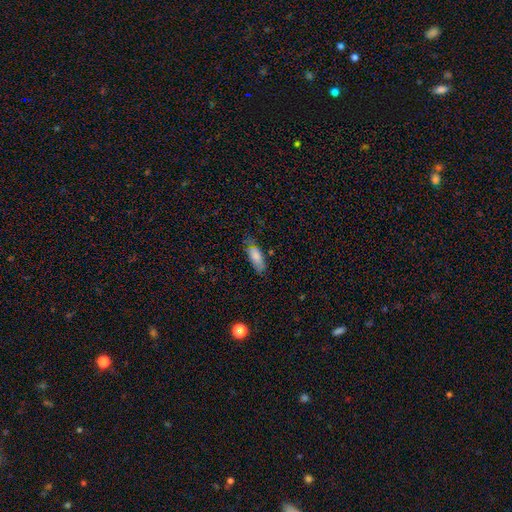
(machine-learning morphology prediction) The model was most divided on "how rounded": in between: 68%, cigar-shaped: 30%, round: 2%. More confident: smooth or featured — smooth (82%); merging — none (68%).